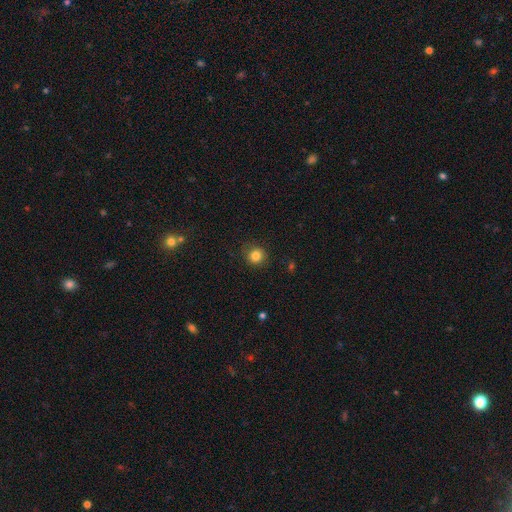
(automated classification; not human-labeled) Smooth or featured: smooth — 83% (star or artifact — 12%)
How rounded: round — 92% (in between — 7%)
Merging: none — 87% (minor disturbance — 9%)